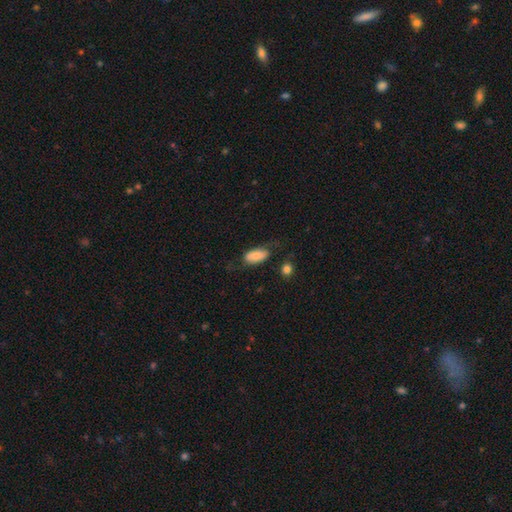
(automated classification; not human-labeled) Overall: smooth (74%). How rounded: in between (91%). Merging: none (56%; minor disturbance 27%).